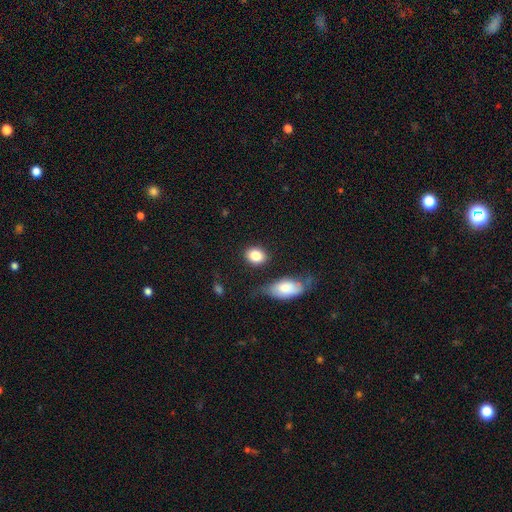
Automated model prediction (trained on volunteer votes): Smooth or featured? smooth (85%)
How rounded? in between (56%)
Merging? none (75%)